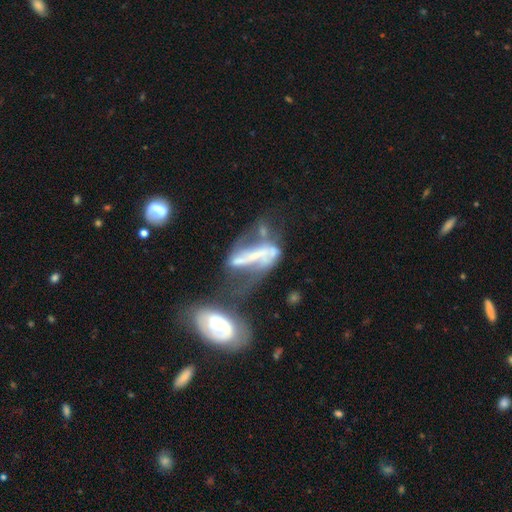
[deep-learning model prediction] smooth_or_featured: featured or disk (p=0.75) [alt: smooth p=0.15]
disk_edge_on: no (p=0.88) [alt: yes p=0.12]
bar: strong (p=0.49) [alt: no p=0.26]
has_spiral_arms: yes (p=0.68) [alt: no p=0.32]
bulge_size: small (p=0.38) [tied with: none p=0.38]
merging: merger (p=0.39) [alt: major disturbance p=0.28]